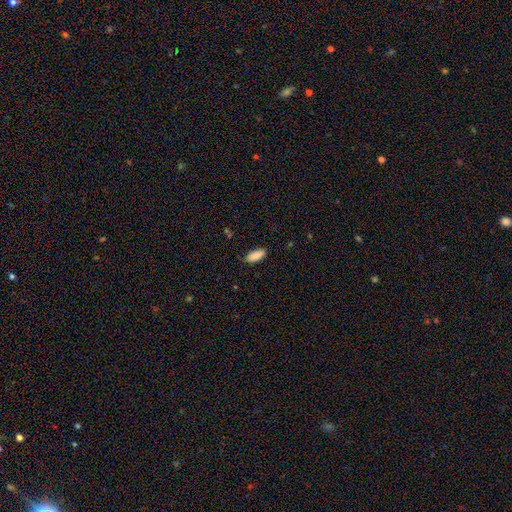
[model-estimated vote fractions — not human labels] Morphology: type=smooth (89%); roundness=in between (83%); merging=none (85%).